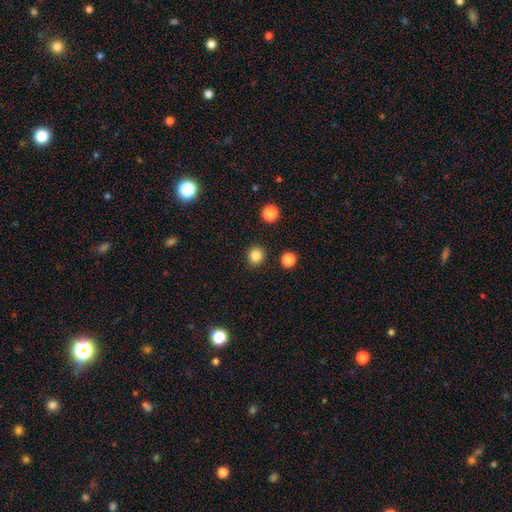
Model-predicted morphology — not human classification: smooth 84%, star or artifact 12%, featured or disk 4%. Down the decision tree: how rounded — round (87%); merging — none (91%).